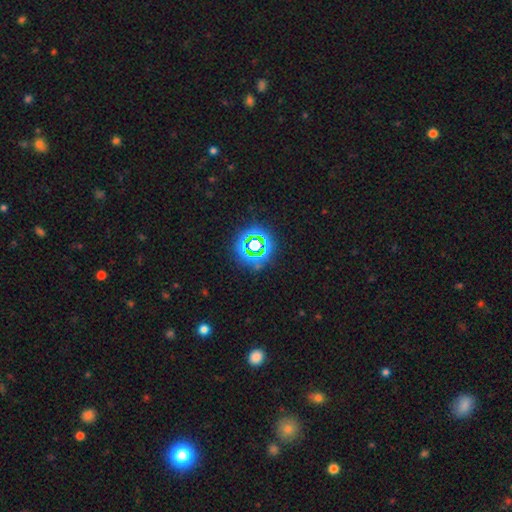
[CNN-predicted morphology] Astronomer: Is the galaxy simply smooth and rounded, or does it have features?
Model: star or artifact — 64%.